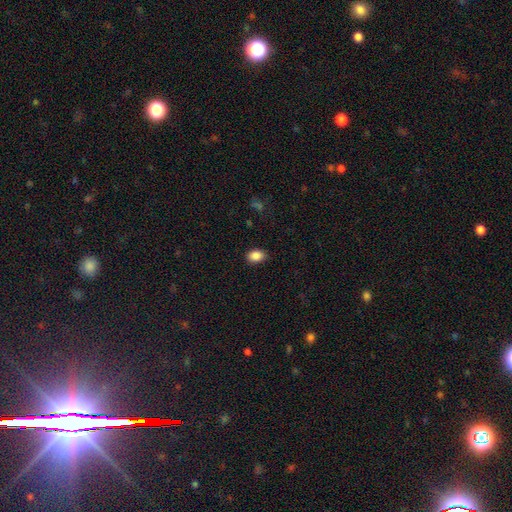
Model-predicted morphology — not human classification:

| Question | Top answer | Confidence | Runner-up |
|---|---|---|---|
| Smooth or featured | smooth | 87% | star or artifact (9%) |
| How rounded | in between | 78% | round (21%) |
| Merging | none | 86% | minor disturbance (11%) |